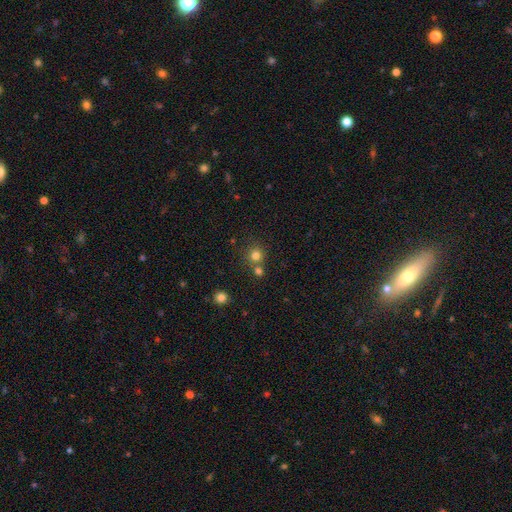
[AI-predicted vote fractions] Smooth or featured: smooth — 78% (star or artifact — 15%)
How rounded: round — 91% (in between — 8%)
Merging: none — 66% (merger — 23%)